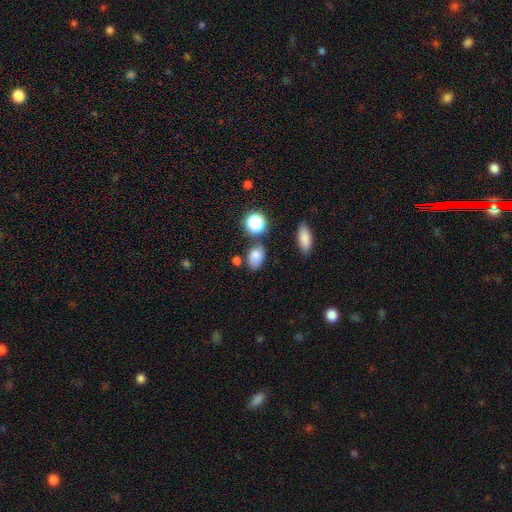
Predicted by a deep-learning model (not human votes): smooth-or-featured: smooth: 79% | star or artifact: 13% | featured or disk: 8%
  how-rounded: in between: 80% | round: 19% | cigar-shaped: 2%
  merging: none: 68% | minor disturbance: 18% | merger: 8% | major disturbance: 5%